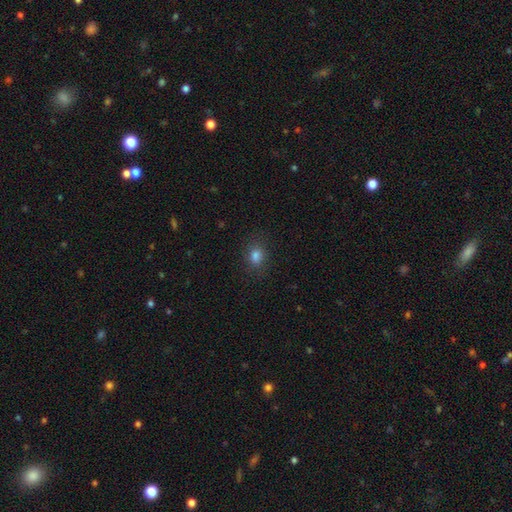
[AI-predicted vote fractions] Q: Smooth or featured?
A: smooth (81%); runner-up: star or artifact (13%)
Q: How rounded?
A: in between (56%); runner-up: round (42%)
Q: Merging?
A: none (80%); runner-up: minor disturbance (14%)